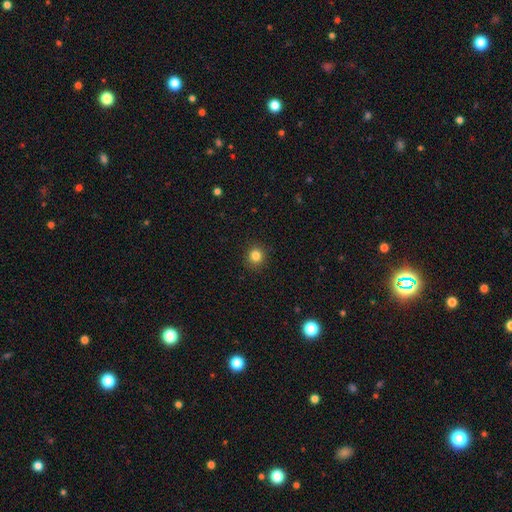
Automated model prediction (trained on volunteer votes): smooth_or_featured: smooth (p=0.83) [alt: star or artifact p=0.12]
how_rounded: round (p=0.92) [alt: in between p=0.07]
merging: none (p=0.91) [alt: minor disturbance p=0.06]